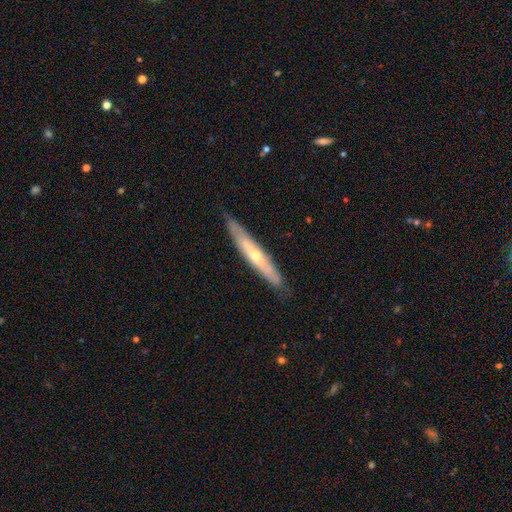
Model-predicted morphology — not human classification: Smooth or featured: featured or disk — 60% (smooth — 34%)
Edge-on disk: yes — 75% (no — 25%)
Merging: none — 83% (minor disturbance — 14%)